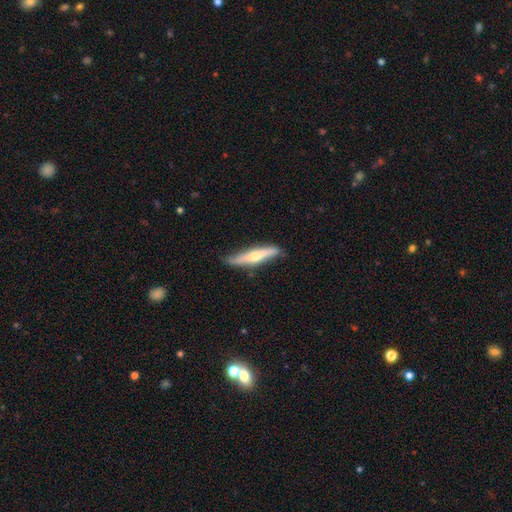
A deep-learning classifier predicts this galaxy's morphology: Smooth or featured? Predicted: featured or disk (p=0.49). Merging? Predicted: none (p=0.75).